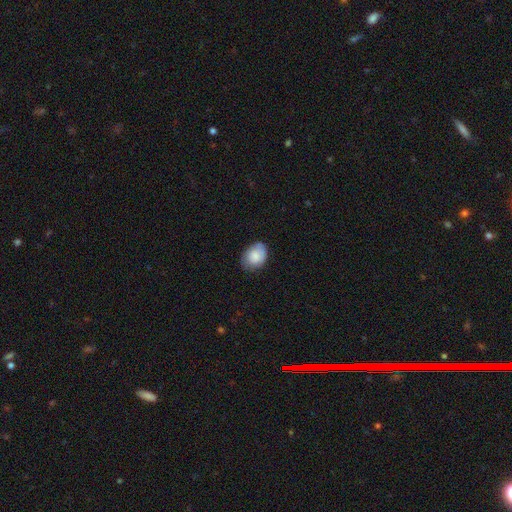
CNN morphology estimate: Smooth or featured? Predicted: smooth (p=0.78). How rounded? Predicted: in between (p=0.68). Merging? Predicted: none (p=0.69).